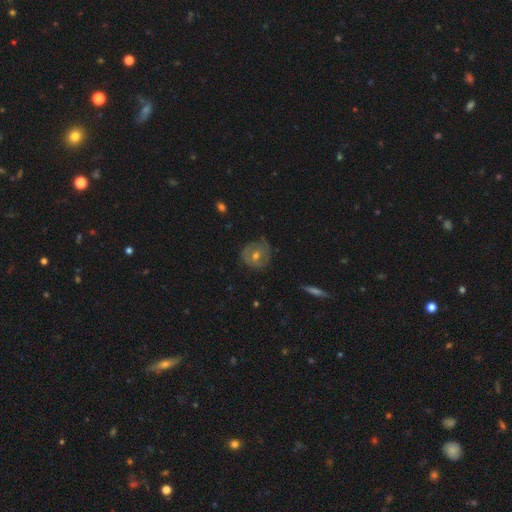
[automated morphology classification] featured or disk 54%, smooth 36%, star or artifact 10%. Down the decision tree: edge-on disk — no (94%); bar — no (73%); spiral arms — yes (55%); bulge size — moderate (60%); merging — none (71%).